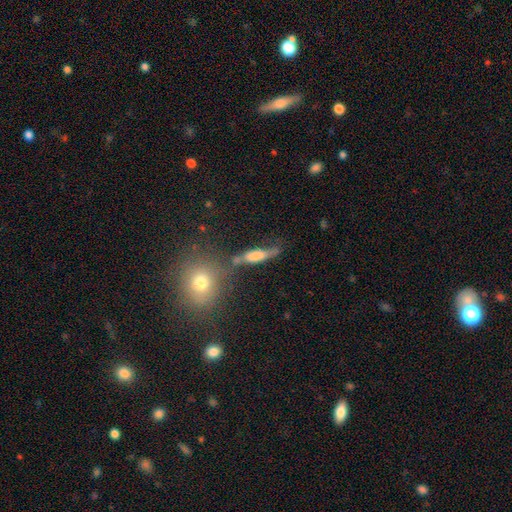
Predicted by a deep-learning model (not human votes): A smooth galaxy with no disk features (65%) that is cigar-shaped (55%).

Vote fractions:
- Smooth or featured? smooth: 65% / featured or disk: 25% / star or artifact: 11%
- How rounded? cigar-shaped: 55% / in between: 38% / round: 6%
- Merging? none: 44% / minor disturbance: 22% / merger: 20% / major disturbance: 14%